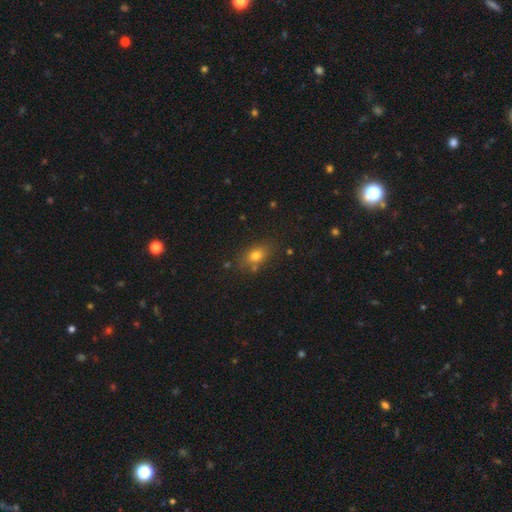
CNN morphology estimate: smooth_or_featured: smooth (p=0.76) [alt: star or artifact p=0.13]
how_rounded: in between (p=0.71) [alt: round p=0.25]
merging: none (p=0.73) [alt: minor disturbance p=0.16]